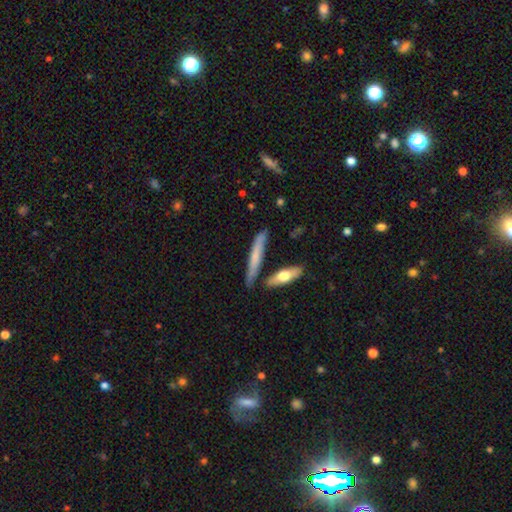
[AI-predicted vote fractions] A smooth galaxy with no disk features (57%) that is cigar-shaped (92%). Merging: none (72%).